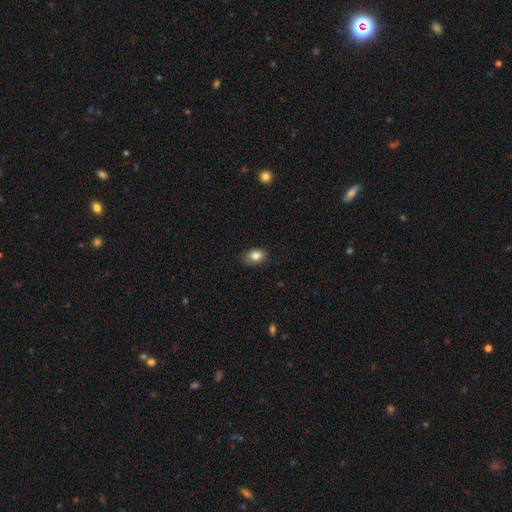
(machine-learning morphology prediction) A smooth galaxy with no disk features (85%) that is in between round and cigar-shaped (75%).

Vote fractions:
- Smooth or featured? smooth: 85% / star or artifact: 9% / featured or disk: 6%
- How rounded? in between: 75% / round: 24% / cigar-shaped: 1%
- Merging? none: 80% / minor disturbance: 16% / major disturbance: 3% / merger: 1%